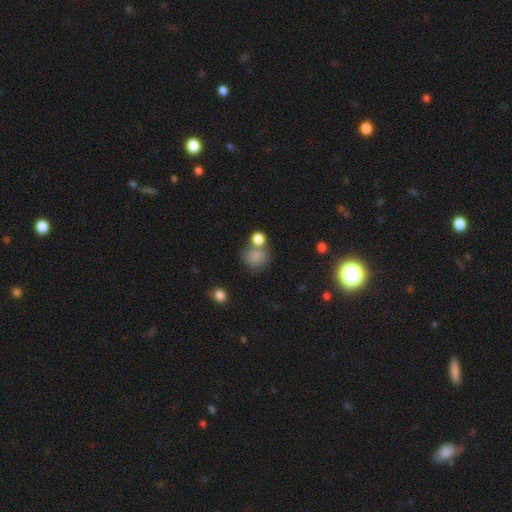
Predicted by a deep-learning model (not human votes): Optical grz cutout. It shows a smooth galaxy with no disk features (79%) that is round (79%). Merging: none (49%).